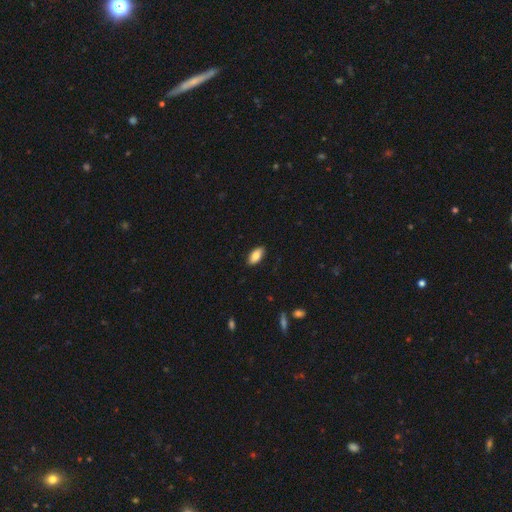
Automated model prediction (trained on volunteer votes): smooth_or_featured: smooth (p=0.83) [alt: featured or disk p=0.11]
how_rounded: in between (p=0.92) [alt: cigar-shaped p=0.05]
merging: none (p=0.89) [alt: minor disturbance p=0.08]